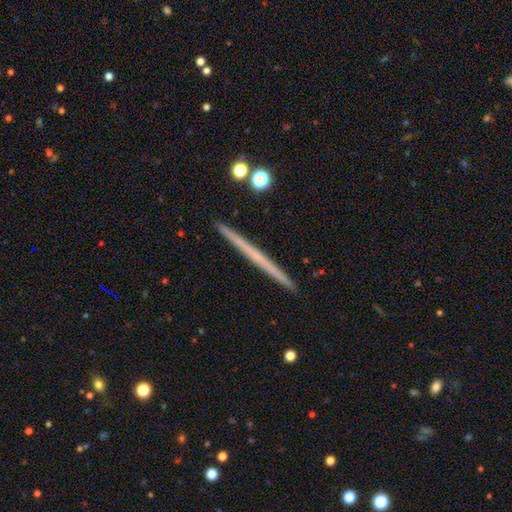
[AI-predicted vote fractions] Morphology: type=featured or disk (57%); edge-on=yes (98%); edge-on bulge=none (87%); merging=none (92%).